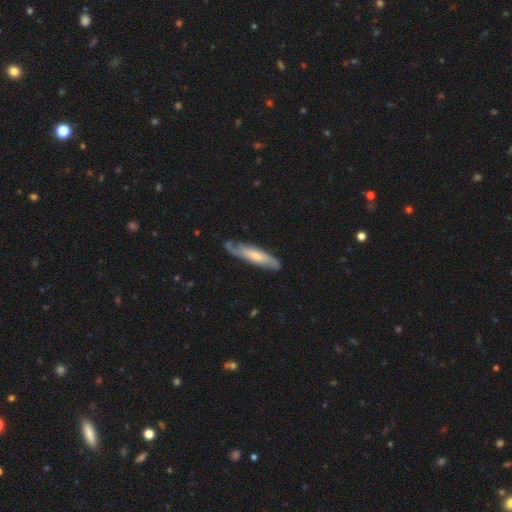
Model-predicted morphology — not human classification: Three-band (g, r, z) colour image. It shows a featured or disk galaxy (62%). Merging: none (71%).